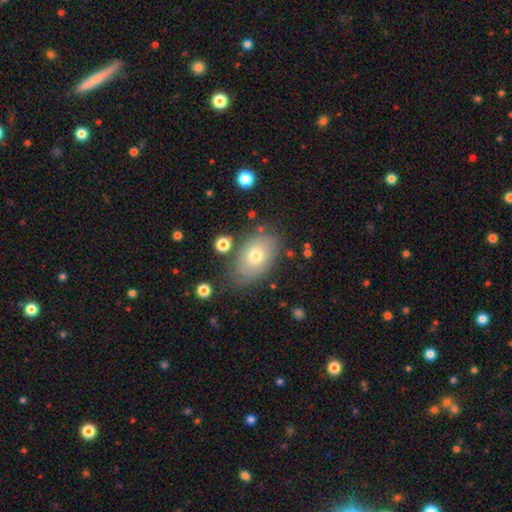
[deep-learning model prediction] A smooth galaxy with no disk features (66%) that is in between round and cigar-shaped (87%). Merging: none (72%).